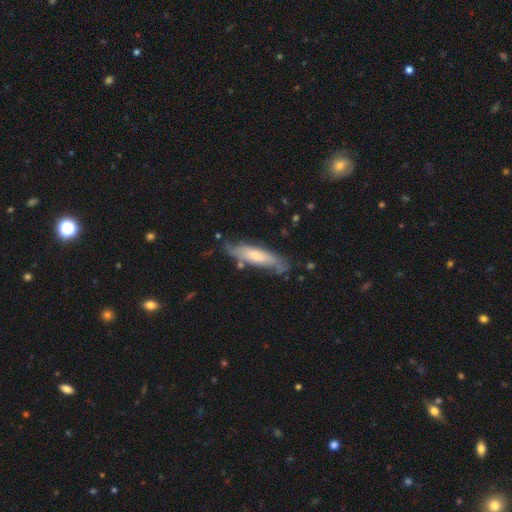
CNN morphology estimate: type=featured or disk (52%); edge-on=no (62%); merging=none (64%).